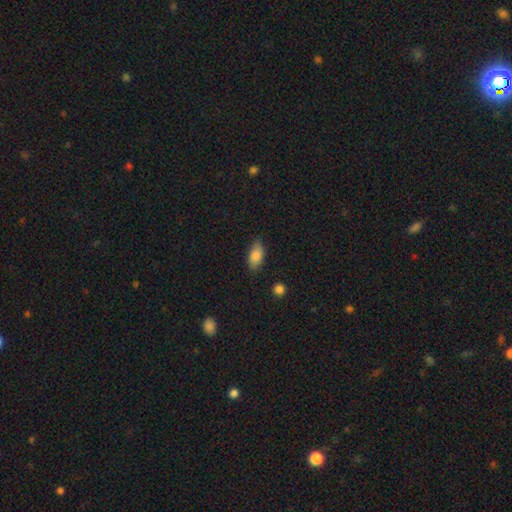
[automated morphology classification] smooth 84%, featured or disk 8%, star or artifact 7%. Down the decision tree: how rounded — in between (90%); merging — none (81%).